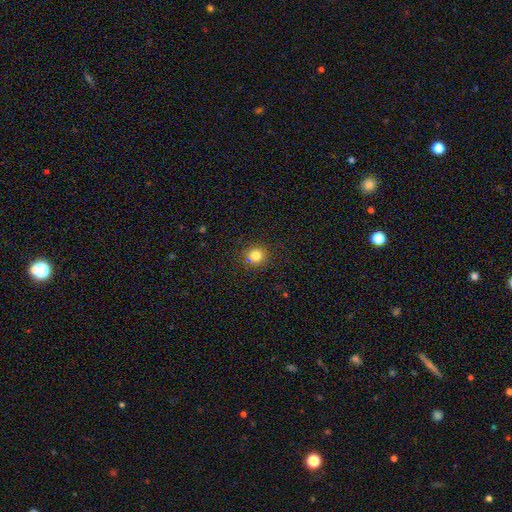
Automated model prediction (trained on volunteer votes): Smooth or featured? Predicted: smooth (p=0.80). How rounded? Predicted: round (p=0.92). Merging? Predicted: none (p=0.87).